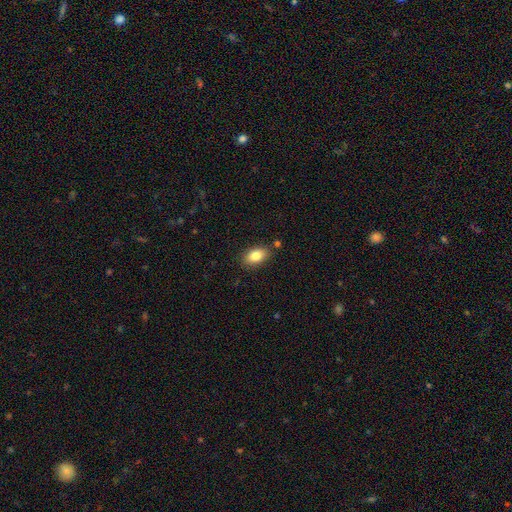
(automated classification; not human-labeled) This is clearly a smooth galaxy (84%). How rounded: clearly in between (91%). Merging: clearly none (83%).